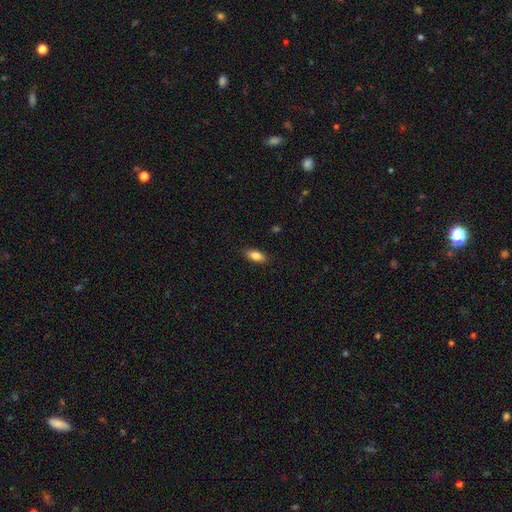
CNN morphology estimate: smooth 84%, featured or disk 9%, star or artifact 7%. Down the decision tree: how rounded — in between (83%); merging — none (88%).